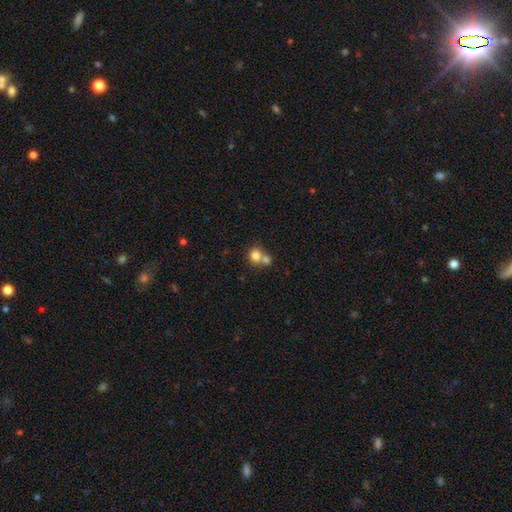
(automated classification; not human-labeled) A smooth galaxy with no disk features (79%) that is round (79%). Merging: merger (56%).